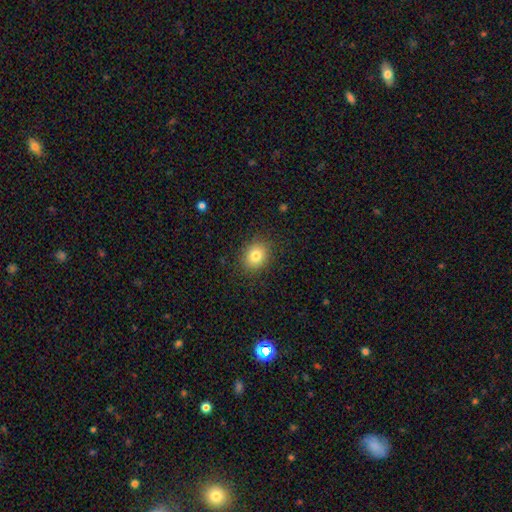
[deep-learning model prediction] Overall: smooth (81%). How rounded: round (62%; in between 38%). Merging: none (87%).